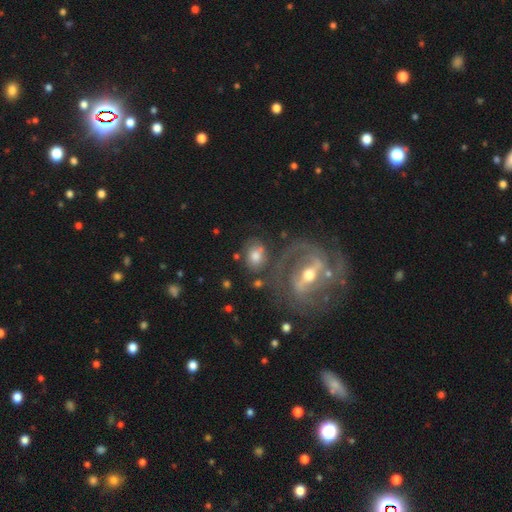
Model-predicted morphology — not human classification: featured or disk 47%, smooth 44%, star or artifact 9%. Down the decision tree: merging — none (62%).